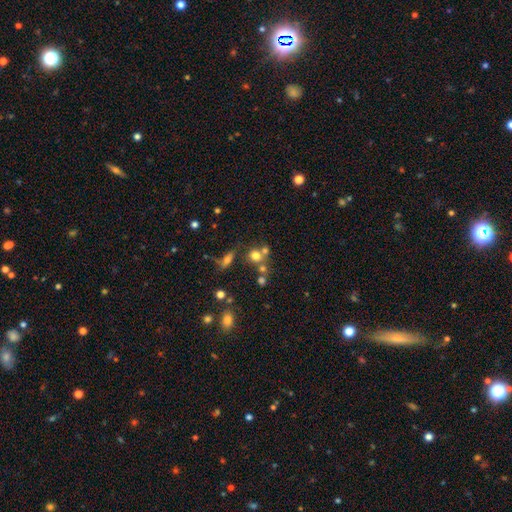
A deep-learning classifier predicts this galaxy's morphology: A smooth galaxy with no disk features (67%) that is round (82%).

Vote fractions:
- Smooth or featured? smooth: 67% / star or artifact: 18% / featured or disk: 15%
- How rounded? round: 82% / in between: 16% / cigar-shaped: 2%
- Merging? none: 48% / merger: 37% / minor disturbance: 9% / major disturbance: 5%